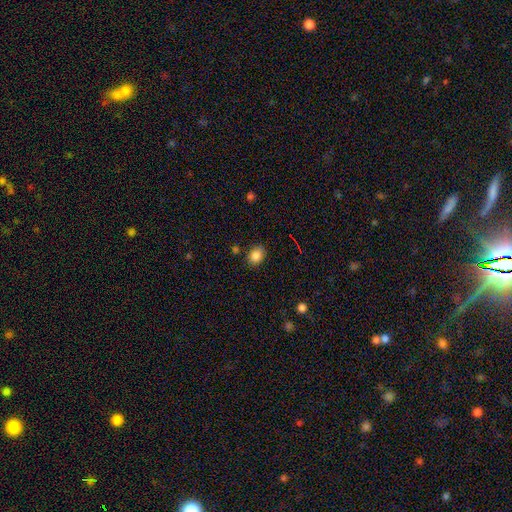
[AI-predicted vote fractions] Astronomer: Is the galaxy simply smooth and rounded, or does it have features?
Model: smooth — 85%.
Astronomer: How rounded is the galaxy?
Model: in between — 59% (runner-up: round, 40%).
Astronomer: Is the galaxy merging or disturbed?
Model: none — 84%.